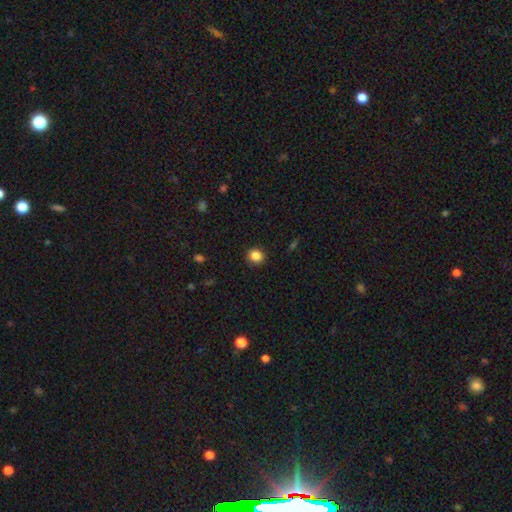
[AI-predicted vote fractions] Q: Smooth or featured?
A: smooth (85%); runner-up: star or artifact (11%)
Q: How rounded?
A: round (85%); runner-up: in between (14%)
Q: Merging?
A: none (91%); runner-up: minor disturbance (6%)